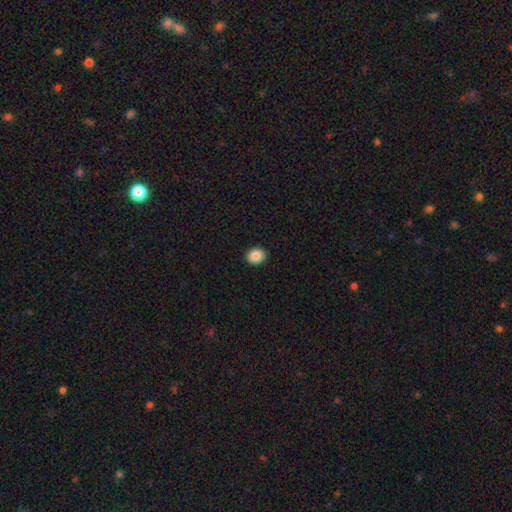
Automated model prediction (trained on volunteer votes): A smooth galaxy with no disk features (87%) that is round (72%).

Vote fractions:
- Smooth or featured? smooth: 87% / star or artifact: 9% / featured or disk: 4%
- How rounded? round: 72% / in between: 28% / cigar-shaped: 1%
- Merging? none: 92% / minor disturbance: 5% / major disturbance: 2% / merger: 1%